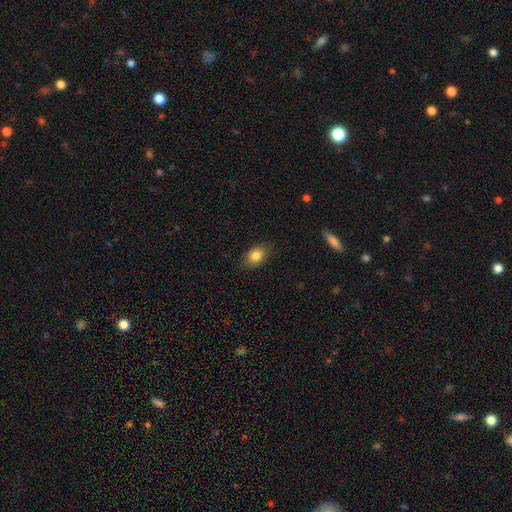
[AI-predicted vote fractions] The model was most divided on "how rounded": in between: 74%, round: 24%, cigar-shaped: 2%. More confident: merging — none (84%); smooth or featured — smooth (83%).